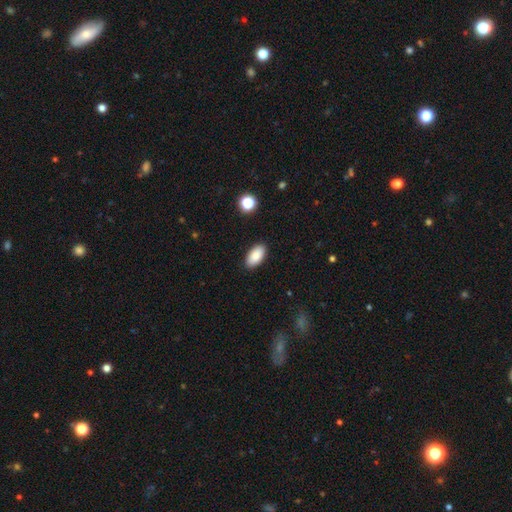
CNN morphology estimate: Smooth or featured? Predicted: smooth (p=0.86). How rounded? Predicted: in between (p=0.94). Merging? Predicted: none (p=0.89).